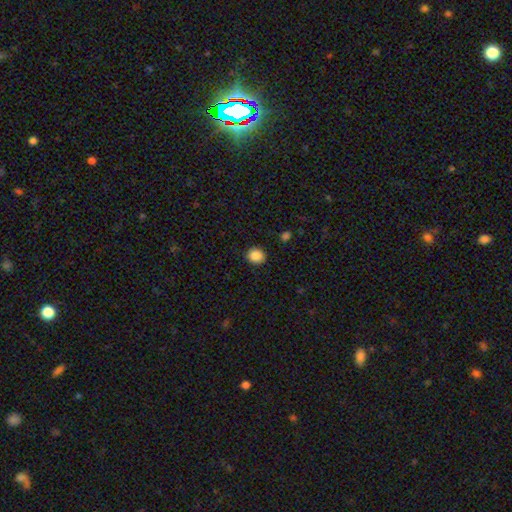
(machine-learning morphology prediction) Q: Smooth or featured?
A: smooth (88%); runner-up: star or artifact (9%)
Q: How rounded?
A: round (76%); runner-up: in between (23%)
Q: Merging?
A: none (89%); runner-up: minor disturbance (7%)